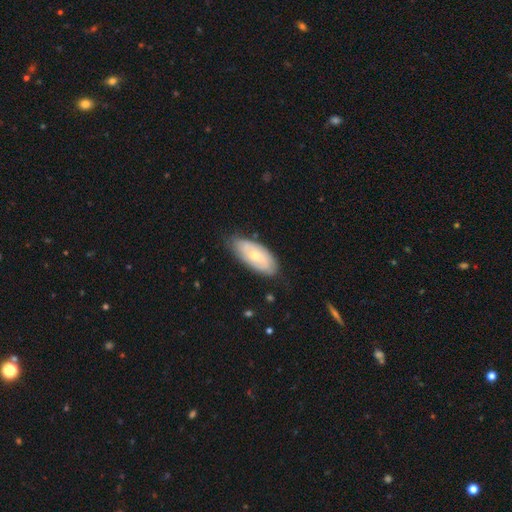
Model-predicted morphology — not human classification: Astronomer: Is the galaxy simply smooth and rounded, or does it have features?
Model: featured or disk — 47%, tied with smooth at 47%.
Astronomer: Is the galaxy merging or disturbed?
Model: none — 75%.